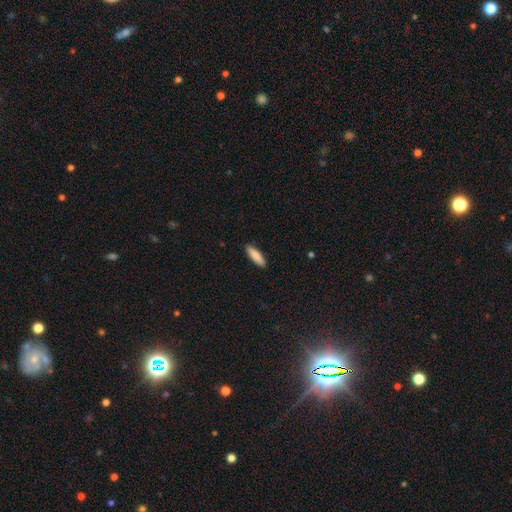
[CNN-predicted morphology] This appears to be a smooth galaxy with no disk features (85%) that is cigar-shaped (64%). Merging: none (90%).